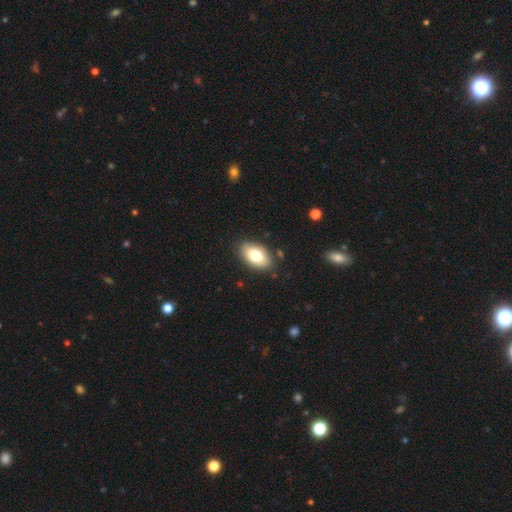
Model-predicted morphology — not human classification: Smooth or featured? Predicted: smooth (p=0.77). How rounded? Predicted: in between (p=0.92). Merging? Predicted: none (p=0.86).